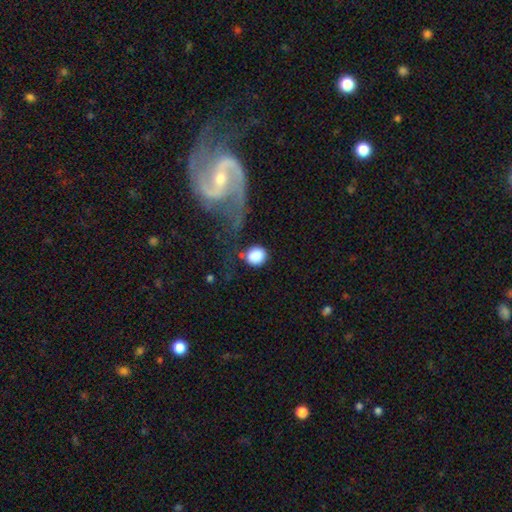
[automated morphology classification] A smooth galaxy with no disk features (84%) that is round (86%). Merging: none (54%).